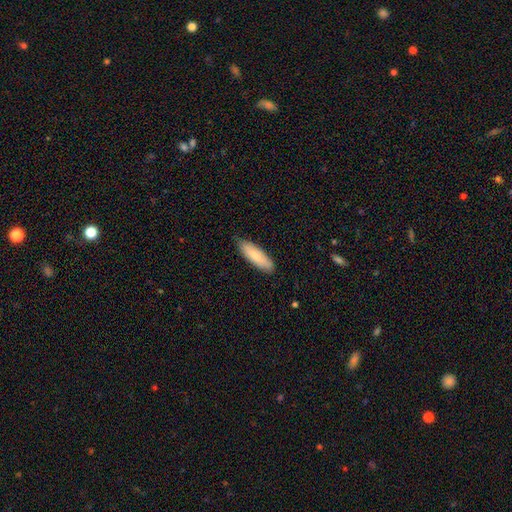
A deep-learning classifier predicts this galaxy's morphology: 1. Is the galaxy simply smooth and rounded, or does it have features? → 79% smooth, 15% featured or disk, 5% star or artifact.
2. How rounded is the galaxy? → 51% cigar-shaped, 47% in between, 2% round.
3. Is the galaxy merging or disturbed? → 84% none, 14% minor disturbance, 2% major disturbance, 1% merger.